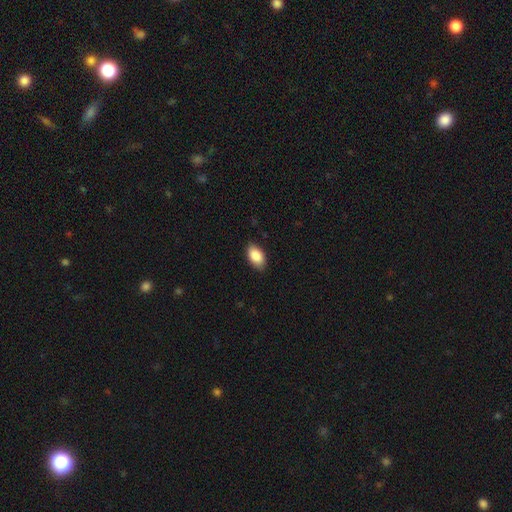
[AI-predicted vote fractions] Smooth or featured: smooth — 88% (star or artifact — 6%)
How rounded: in between — 93% (round — 5%)
Merging: none — 85% (minor disturbance — 12%)